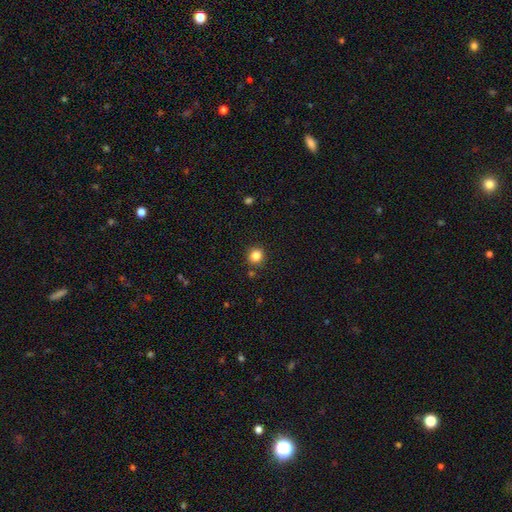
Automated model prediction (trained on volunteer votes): A smooth galaxy with no disk features (84%) that is round (89%). Merging: none (88%).